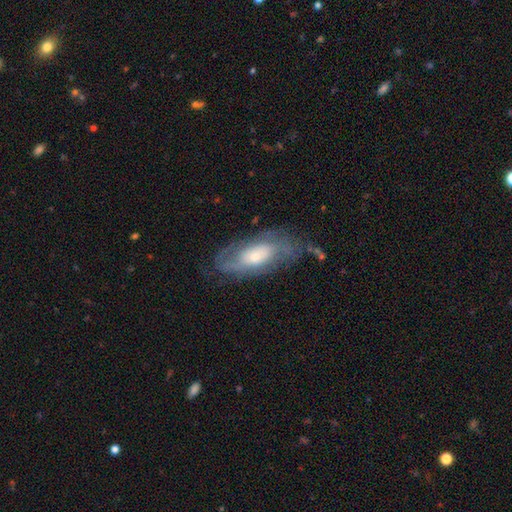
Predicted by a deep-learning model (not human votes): This appears to be a featured or disk galaxy (61%) with no bar (73%), spiral arms (68%) and a small central bulge (43%). Merging: none (59%).